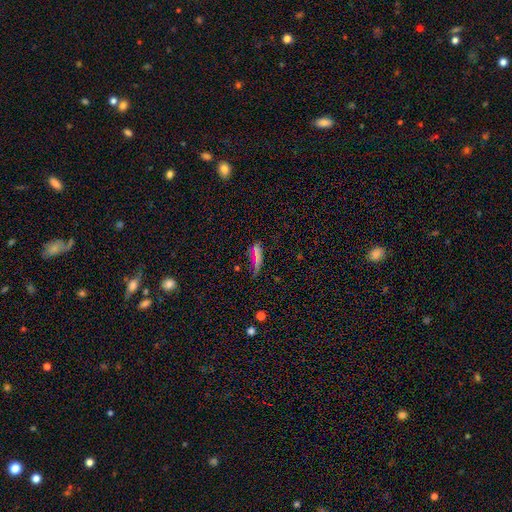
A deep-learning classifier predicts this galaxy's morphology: Smooth or featured? Predicted: smooth (p=0.63). How rounded? Predicted: cigar-shaped (p=0.67). Merging? Predicted: none (p=0.50).